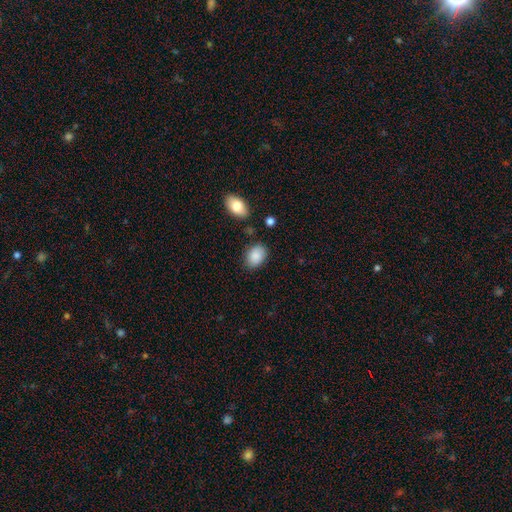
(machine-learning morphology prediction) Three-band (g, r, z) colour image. It shows a smooth galaxy with no disk features (88%) that is in between round and cigar-shaped (81%). Merging: none (78%).